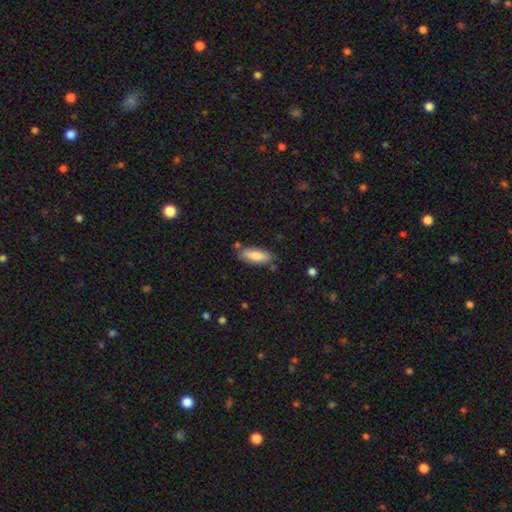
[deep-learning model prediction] smooth 78%, featured or disk 16%, star or artifact 6%. Down the decision tree: how rounded — in between (63%); merging — none (78%).